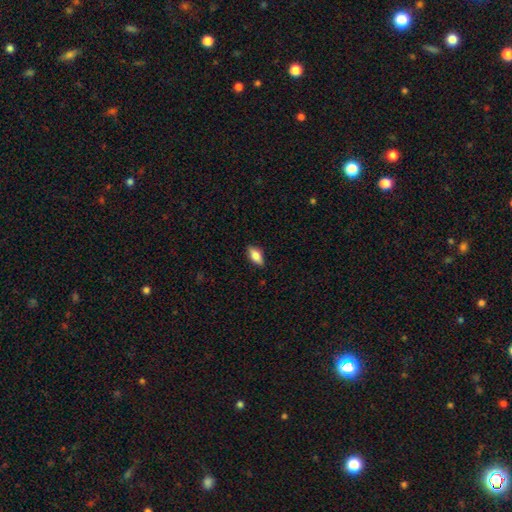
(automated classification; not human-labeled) smooth 77%, featured or disk 16%, star or artifact 7%. Down the decision tree: how rounded — in between (86%); merging — none (86%).